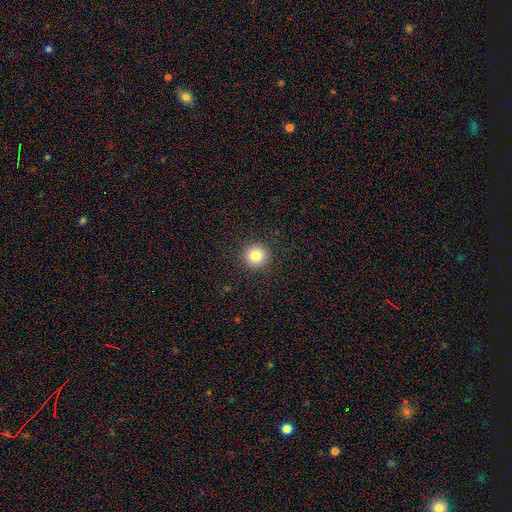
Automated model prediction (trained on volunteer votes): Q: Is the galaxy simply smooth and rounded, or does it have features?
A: smooth — 83%.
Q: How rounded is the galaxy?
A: round — 95%.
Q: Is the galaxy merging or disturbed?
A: none — 92%.